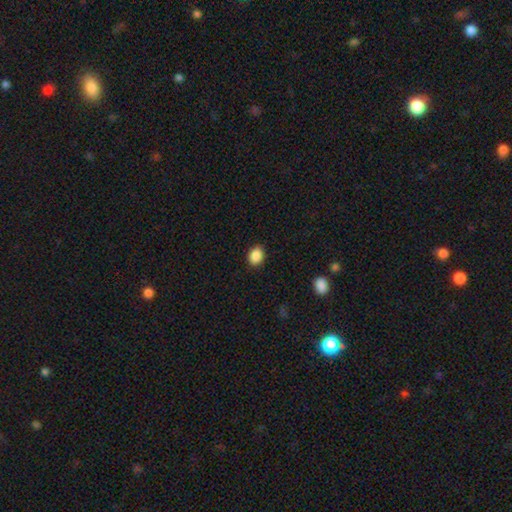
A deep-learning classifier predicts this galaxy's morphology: Overall: smooth (88%). How rounded: in between (57%; round 42%). Merging: none (88%).